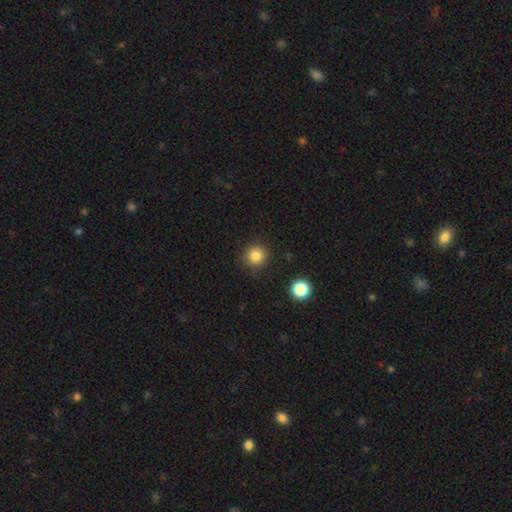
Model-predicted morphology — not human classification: Smooth or featured? smooth (83%)
How rounded? round (94%)
Merging? none (87%)